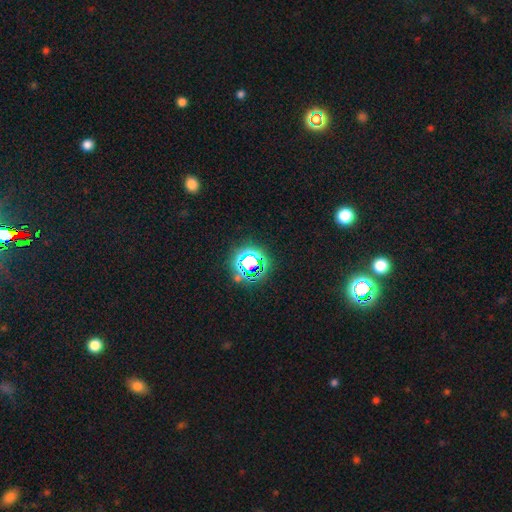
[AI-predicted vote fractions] Morphology: type=star or artifact (67%).